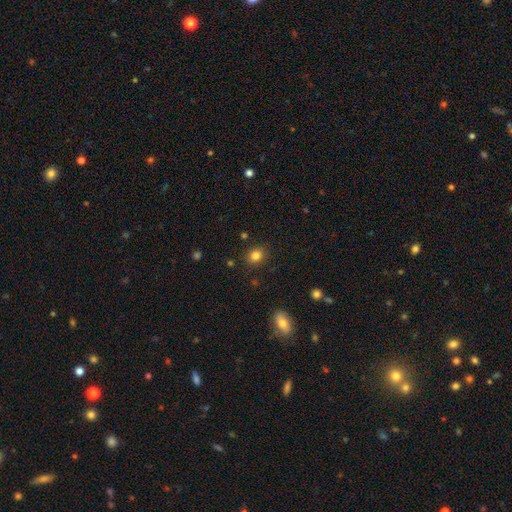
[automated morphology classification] Smooth or featured: smooth — 83% (star or artifact — 12%)
How rounded: round — 63% (in between — 36%)
Merging: none — 87% (minor disturbance — 9%)